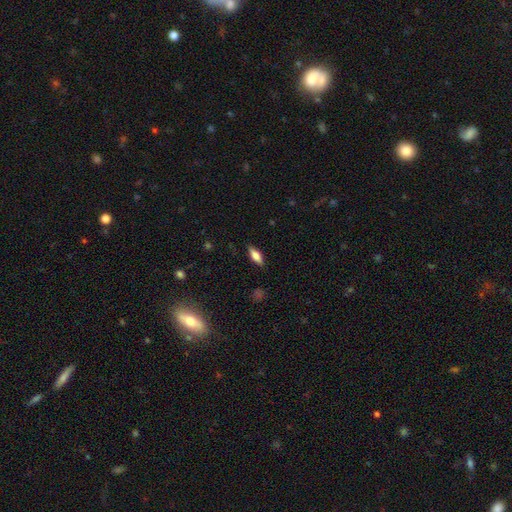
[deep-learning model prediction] smooth 66%, featured or disk 27%, star or artifact 8%. Down the decision tree: how rounded — in between (67%); merging — none (87%).